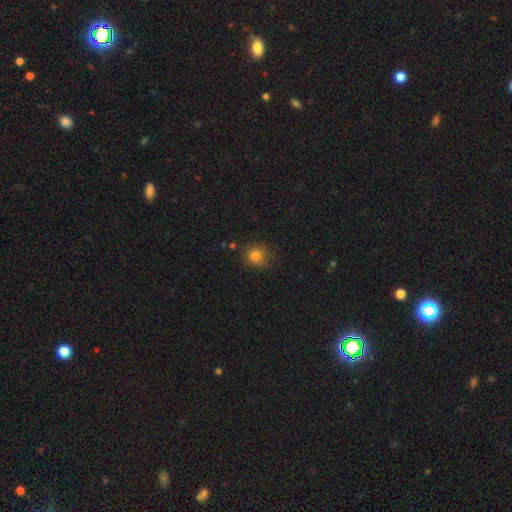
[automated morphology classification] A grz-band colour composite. It shows a smooth galaxy with no disk features (83%) that is round (86%). Merging: none (78%).